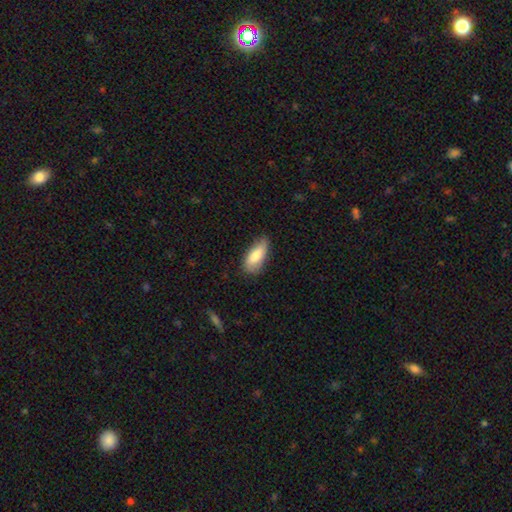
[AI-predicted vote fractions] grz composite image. It shows a smooth galaxy with no disk features (81%) that is in between round and cigar-shaped (82%). Merging: none (69%).